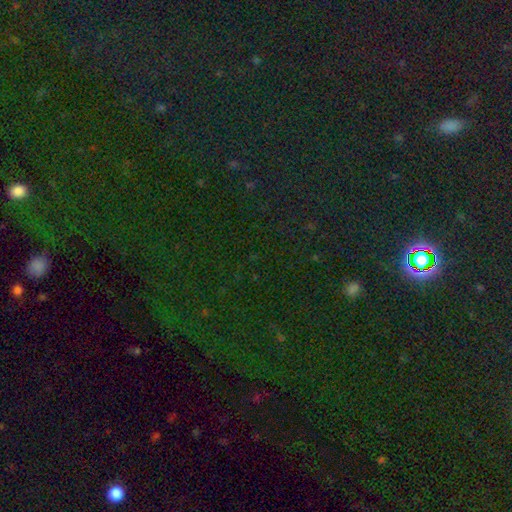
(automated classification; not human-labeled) smooth_or_featured: star or artifact (p=0.80) [alt: smooth p=0.13]